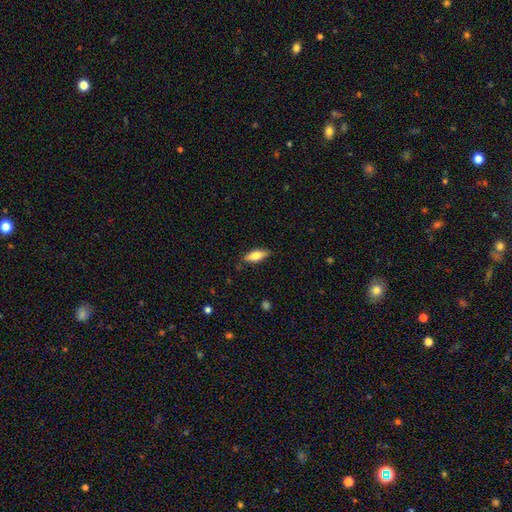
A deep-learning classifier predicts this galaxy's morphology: A smooth galaxy with no disk features (70%) that is in between round and cigar-shaped (72%).

Vote fractions:
- Smooth or featured? smooth: 70% / featured or disk: 24% / star or artifact: 6%
- How rounded? in between: 72% / cigar-shaped: 26% / round: 2%
- Merging? none: 83% / minor disturbance: 14% / major disturbance: 3% / merger: 1%